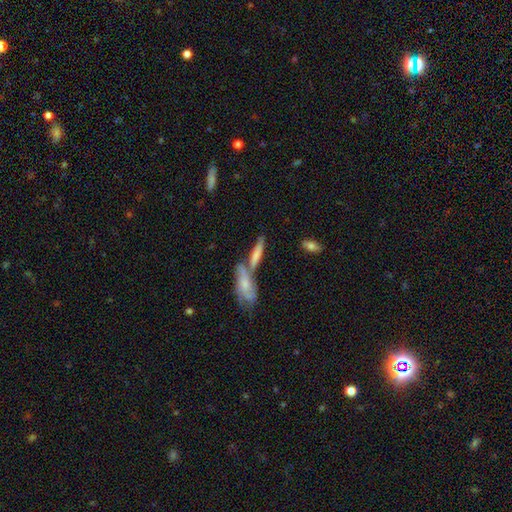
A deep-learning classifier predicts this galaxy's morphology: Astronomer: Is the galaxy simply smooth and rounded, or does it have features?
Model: featured or disk — 53% (runner-up: smooth, 37%).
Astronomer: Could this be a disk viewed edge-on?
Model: yes — 57% (runner-up: no, 43%).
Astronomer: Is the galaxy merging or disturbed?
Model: none — 44% (runner-up: merger, 38%).